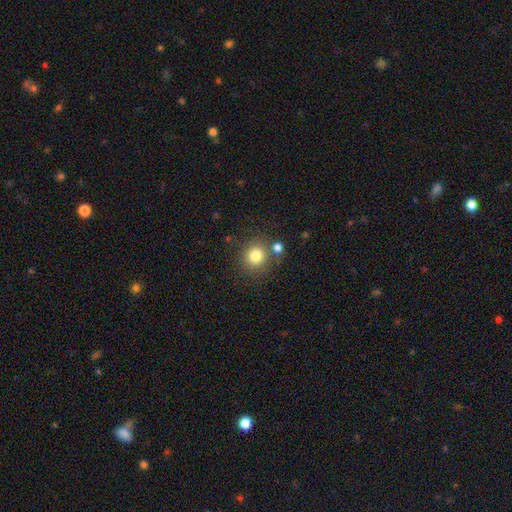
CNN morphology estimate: This appears to be a smooth galaxy with no disk features (80%) that is round (87%). Merging: none (75%).